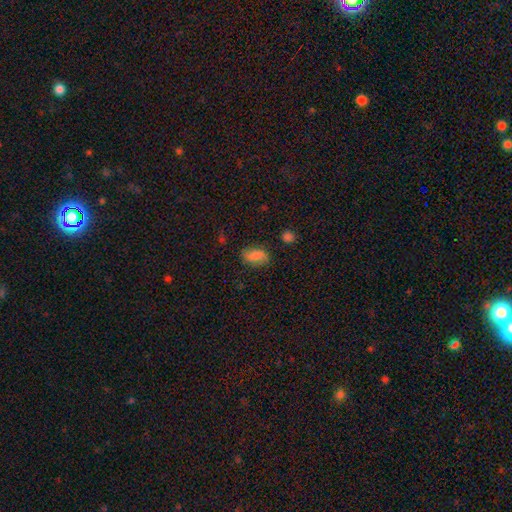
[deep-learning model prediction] Smooth or featured? smooth (77%)
How rounded? in between (89%)
Merging? none (75%)